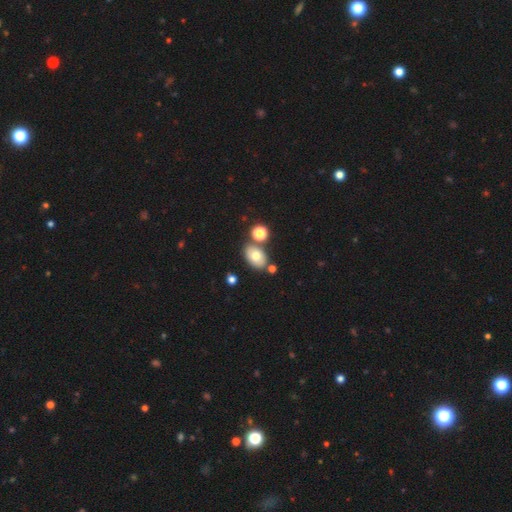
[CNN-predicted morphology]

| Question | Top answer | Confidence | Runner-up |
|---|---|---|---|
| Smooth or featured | smooth | 71% | featured or disk (19%) |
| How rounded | in between | 85% | round (14%) |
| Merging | none | 71% | merger (14%) |